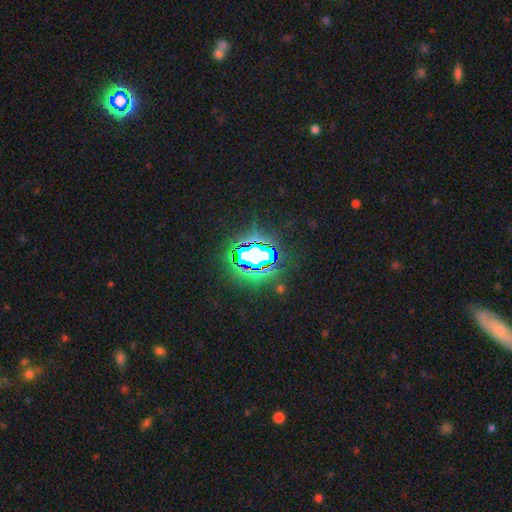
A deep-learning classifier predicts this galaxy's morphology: A star or artifact, not a galaxy (76%).

Vote fractions:
- Smooth or featured? star or artifact: 76% / smooth: 13% / featured or disk: 11%